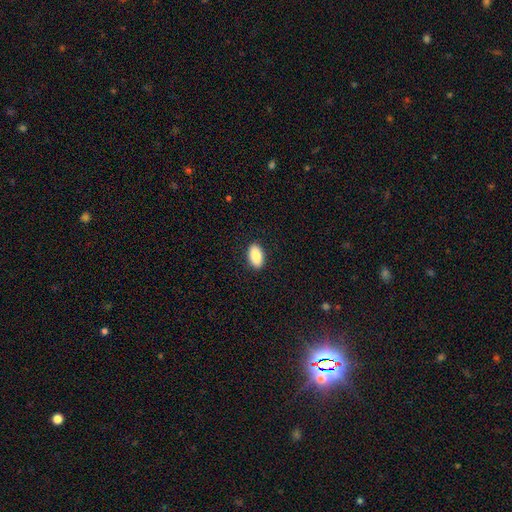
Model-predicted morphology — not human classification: A smooth galaxy with no disk features (89%) that is in between round and cigar-shaped (93%).

Vote fractions:
- Smooth or featured? smooth: 89% / star or artifact: 6% / featured or disk: 5%
- How rounded? in between: 93% / round: 4% / cigar-shaped: 3%
- Merging? none: 90% / minor disturbance: 7% / major disturbance: 2% / merger: 1%